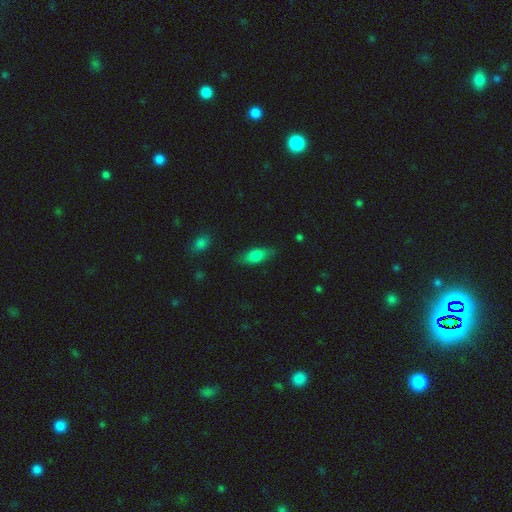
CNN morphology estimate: Smooth or featured?
  - smooth: 75% *
  - featured or disk: 17%
  - star or artifact: 8%
How rounded?
  - in between: 78% *
  - cigar-shaped: 18%
  - round: 4%
Merging?
  - none: 79% *
  - minor disturbance: 16%
  - major disturbance: 4%
  - merger: 2%